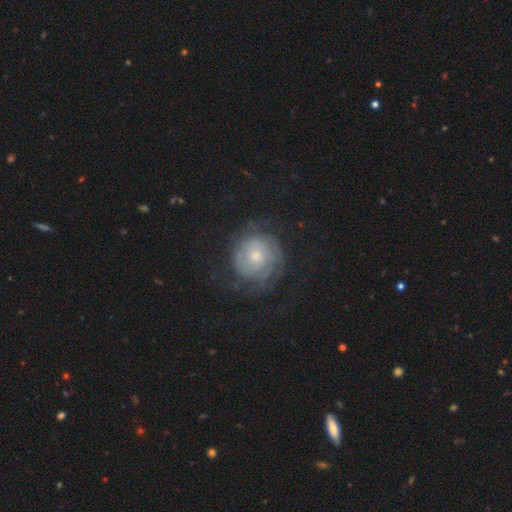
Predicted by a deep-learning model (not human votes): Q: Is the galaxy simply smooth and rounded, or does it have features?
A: featured or disk — 73%.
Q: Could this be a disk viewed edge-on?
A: no — 98%.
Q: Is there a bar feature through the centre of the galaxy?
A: no — 78%.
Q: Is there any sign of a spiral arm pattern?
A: yes — 90%.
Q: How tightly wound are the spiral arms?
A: tight — 70%.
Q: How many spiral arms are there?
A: can't tell — 41%.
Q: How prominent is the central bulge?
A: small — 46%.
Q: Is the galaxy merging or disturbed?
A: none — 68%.